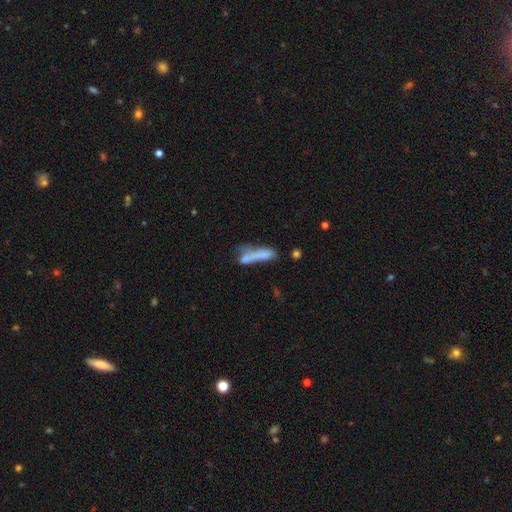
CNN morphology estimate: smooth 63%, featured or disk 26%, star or artifact 11%. Down the decision tree: how rounded — cigar-shaped (83%); merging — none (41%).